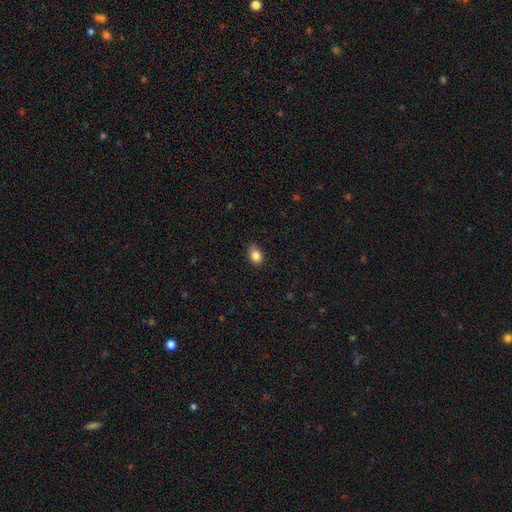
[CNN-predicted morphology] Q: Smooth or featured?
A: smooth (85%); runner-up: star or artifact (10%)
Q: How rounded?
A: in between (70%); runner-up: round (29%)
Q: Merging?
A: none (73%); runner-up: minor disturbance (22%)